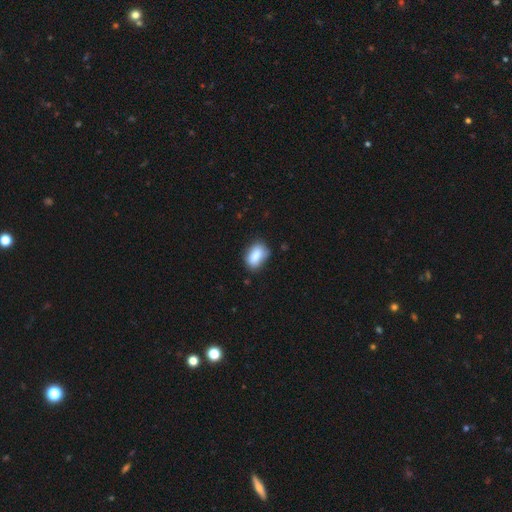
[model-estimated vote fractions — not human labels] Smooth or featured: smooth — 84% (featured or disk — 8%)
How rounded: in between — 86% (round — 12%)
Merging: none — 69% (minor disturbance — 25%)